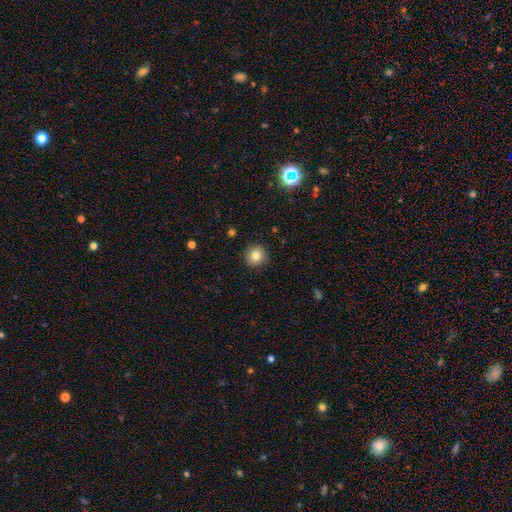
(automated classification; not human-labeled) Smooth or featured: smooth — 81% (star or artifact — 11%)
How rounded: round — 95% (in between — 4%)
Merging: none — 91% (minor disturbance — 6%)